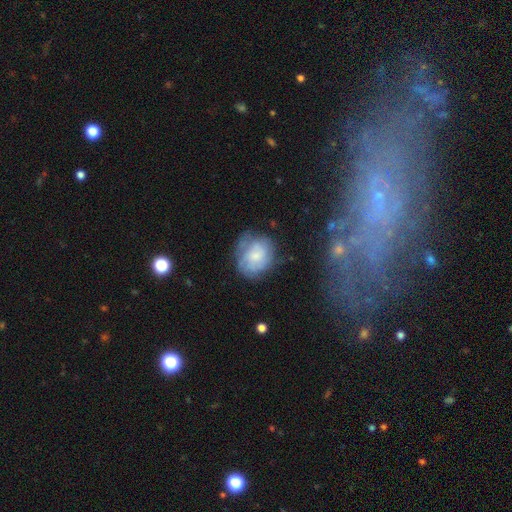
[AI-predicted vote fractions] smooth 46% (tied), featured or disk 46% (tied), star or artifact 9%. Down the decision tree: merging — none (59%).